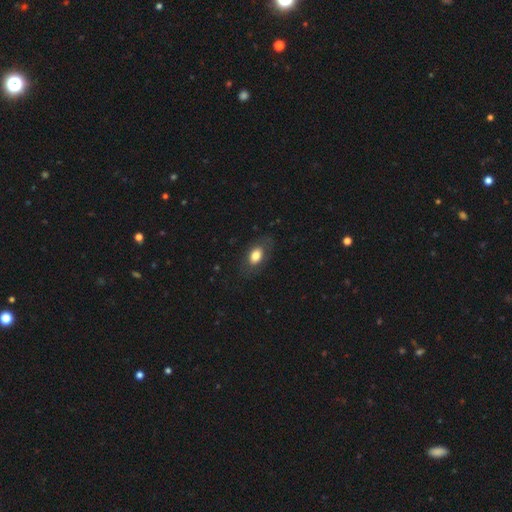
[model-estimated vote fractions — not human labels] Overall: smooth (76%). How rounded: in between (88%). Merging: none (77%).